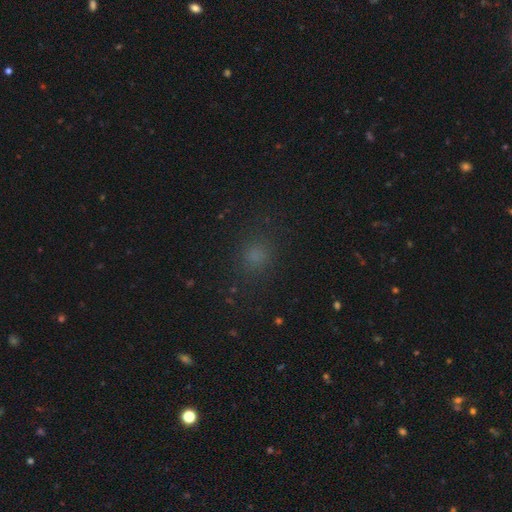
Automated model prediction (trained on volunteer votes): Q: Smooth or featured?
A: smooth (71%); runner-up: star or artifact (22%)
Q: How rounded?
A: round (77%); runner-up: in between (22%)
Q: Merging?
A: none (83%); runner-up: minor disturbance (10%)